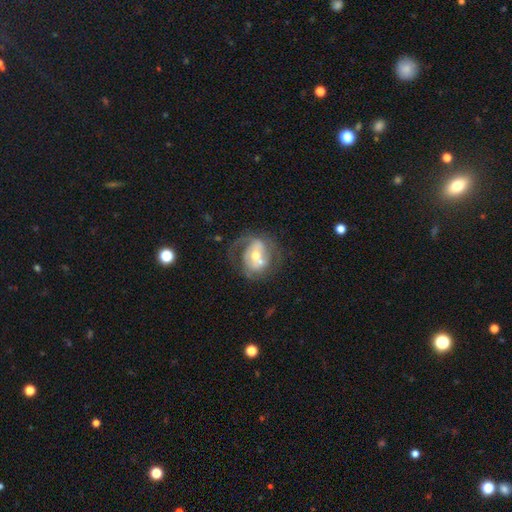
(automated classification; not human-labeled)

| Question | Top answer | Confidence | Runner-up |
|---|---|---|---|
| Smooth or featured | featured or disk | 73% | smooth (20%) |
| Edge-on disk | no | 97% | yes (3%) |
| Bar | no | 45% | weak (36%) |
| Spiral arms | yes | 75% | no (25%) |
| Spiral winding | medium | 43% | tight (32%) |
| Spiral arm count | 2 | 59% | can't tell (18%) |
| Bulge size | moderate | 62% | small (29%) |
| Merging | none | 43% | major disturbance (21%) |